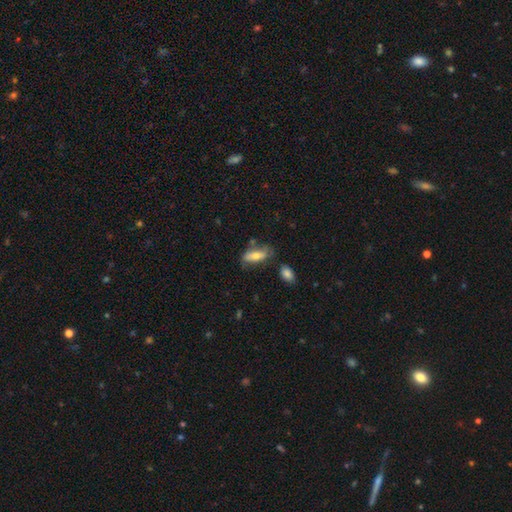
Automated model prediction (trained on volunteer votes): smooth-or-featured: smooth: 67% | featured or disk: 26% | star or artifact: 7%
  how-rounded: in between: 73% | cigar-shaped: 25% | round: 2%
  merging: none: 59% | minor disturbance: 25% | merger: 8% | major disturbance: 8%